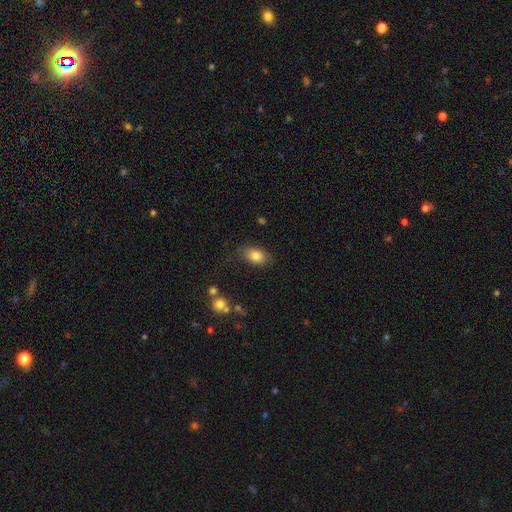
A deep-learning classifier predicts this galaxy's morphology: The model was most divided on "merging": none: 71%, minor disturbance: 20%, major disturbance: 6%, merger: 2%. More confident: smooth or featured — smooth (82%); how rounded — in between (81%).